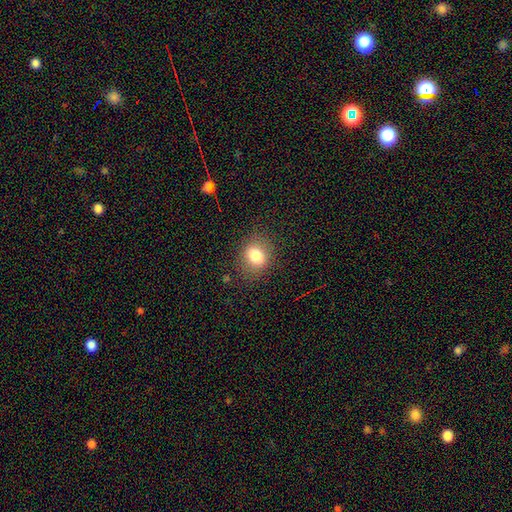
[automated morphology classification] This appears to be a smooth galaxy with no disk features (80%) that is round (52%). Merging: none (80%).